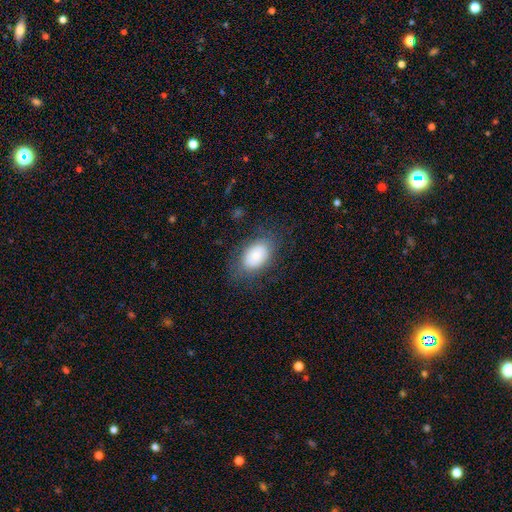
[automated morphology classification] smooth_or_featured: smooth (p=0.75) [alt: featured or disk p=0.16]
how_rounded: in between (p=0.90) [alt: round p=0.09]
merging: none (p=0.71) [alt: minor disturbance p=0.17]